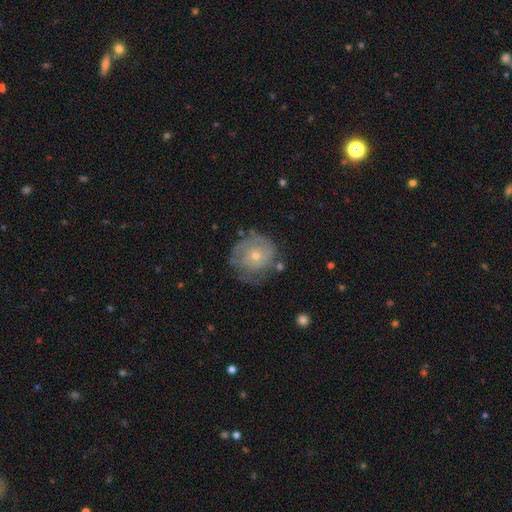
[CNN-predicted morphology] Q: Smooth or featured?
A: featured or disk (62%); runner-up: smooth (29%)
Q: Edge-on disk?
A: no (97%); runner-up: yes (3%)
Q: Bar?
A: no (86%); runner-up: weak (12%)
Q: Spiral arms?
A: yes (69%); runner-up: no (31%)
Q: Bulge size?
A: small (61%); runner-up: moderate (35%)
Q: Merging?
A: none (63%); runner-up: minor disturbance (23%)